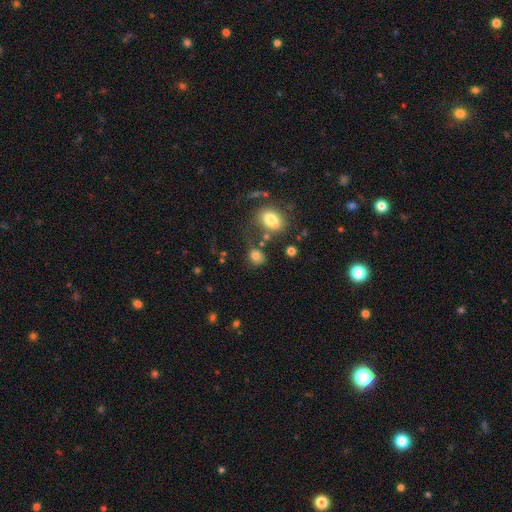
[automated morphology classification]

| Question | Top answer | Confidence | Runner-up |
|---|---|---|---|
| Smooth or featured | smooth | 79% | star or artifact (14%) |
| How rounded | round | 56% | in between (43%) |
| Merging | none | 62% | minor disturbance (18%) |